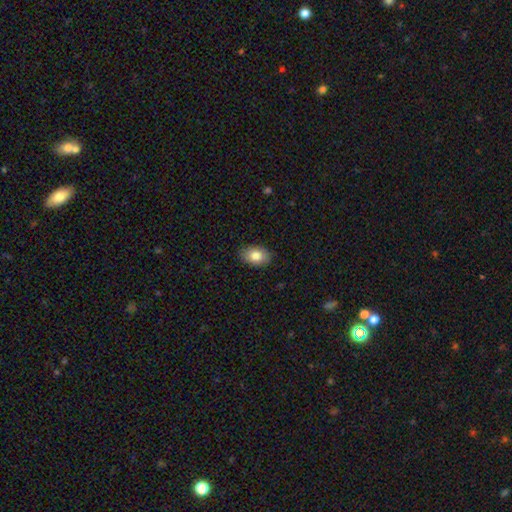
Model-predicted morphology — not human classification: smooth 83%, featured or disk 10%, star or artifact 7%. Down the decision tree: how rounded — in between (87%); merging — none (88%).